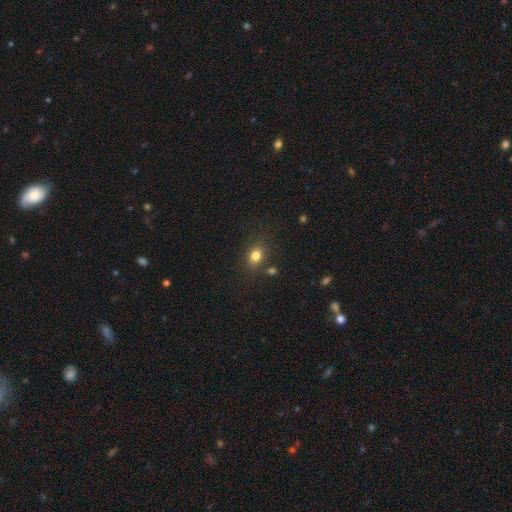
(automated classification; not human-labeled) The model was most divided on "how rounded": in between: 58%, round: 41%, cigar-shaped: 1%. More confident: smooth or featured — smooth (81%); merging — none (78%).